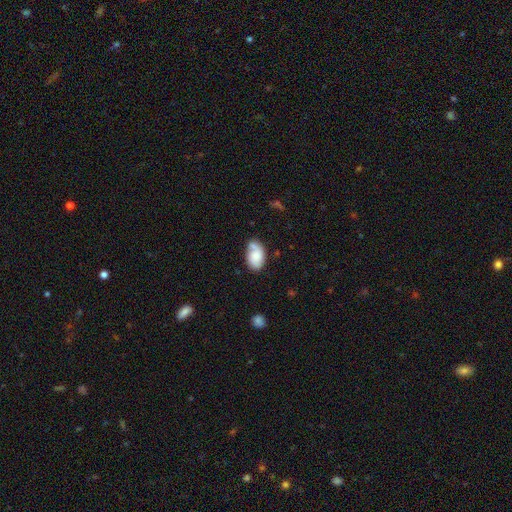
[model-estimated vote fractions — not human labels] This is likely a smooth galaxy (70%). How rounded: clearly in between (91%). Merging: possibly none (50%).